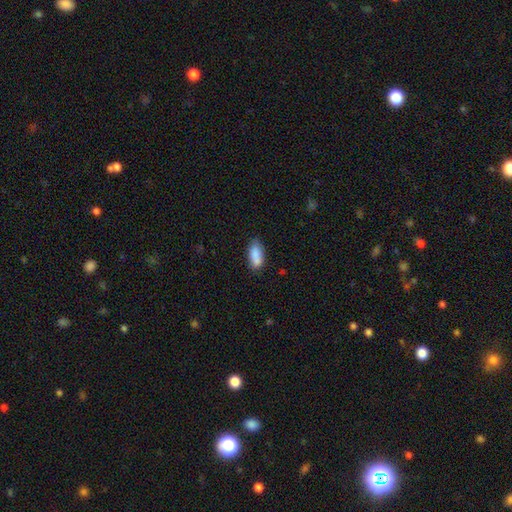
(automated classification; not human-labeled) The model was most divided on "merging": none: 73%, minor disturbance: 19%, merger: 4%, major disturbance: 4%. More confident: smooth or featured — smooth (86%); how rounded — in between (82%).